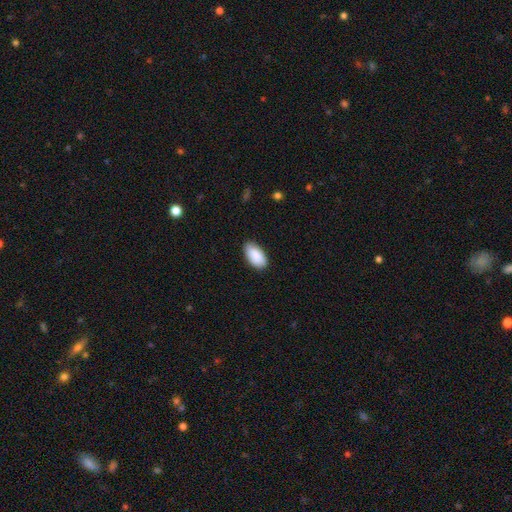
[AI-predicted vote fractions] The model was most divided on "merging": none: 86%, minor disturbance: 11%, major disturbance: 2%, merger: 1%. More confident: how rounded — in between (95%); smooth or featured — smooth (89%).